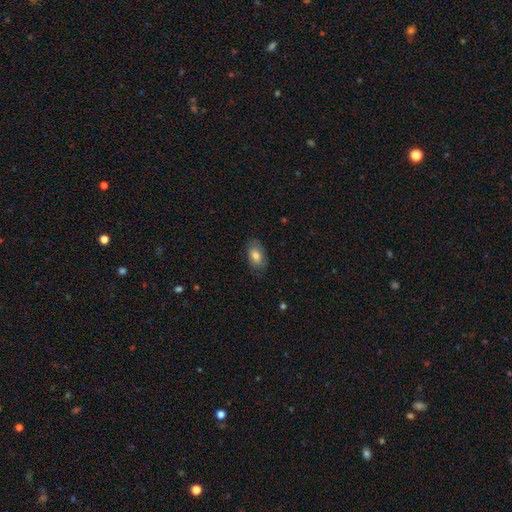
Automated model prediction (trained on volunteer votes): A smooth galaxy with no disk features (76%) that is in between round and cigar-shaped (90%). Merging: none (78%).